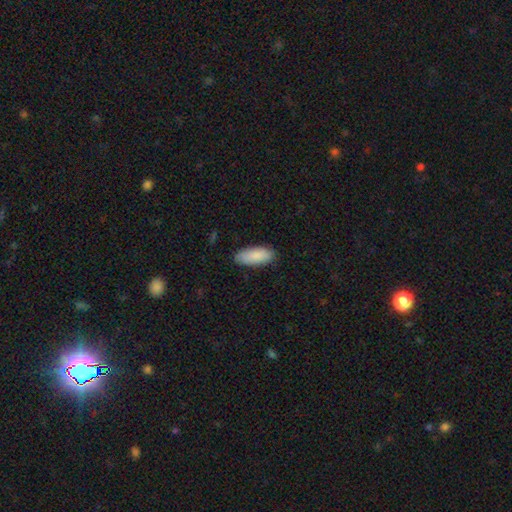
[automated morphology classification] Overall: smooth (88%). How rounded: in between (83%). Merging: none (84%).